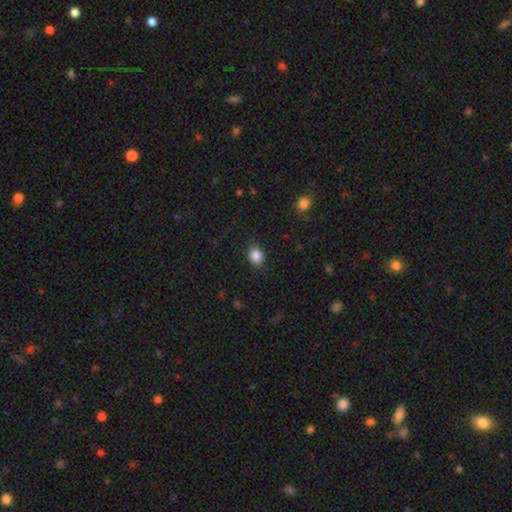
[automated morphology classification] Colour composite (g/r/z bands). It shows a smooth galaxy with no disk features (87%) that is round (53%). Merging: none (86%).